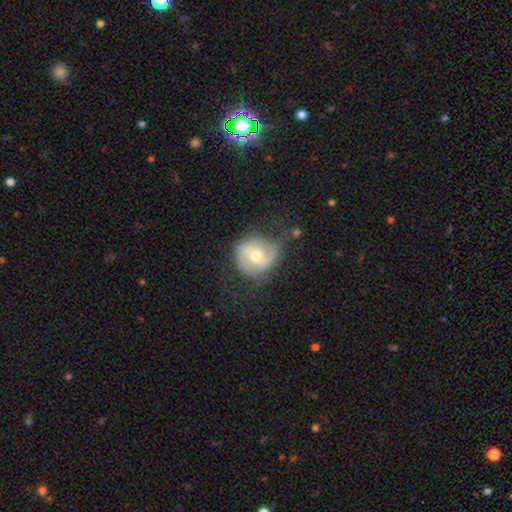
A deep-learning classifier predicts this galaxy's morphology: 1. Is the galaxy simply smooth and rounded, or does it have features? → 62% featured or disk, 31% smooth, 7% star or artifact.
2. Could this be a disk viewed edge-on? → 96% no, 4% yes.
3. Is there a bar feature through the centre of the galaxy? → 49% no, 35% weak, 15% strong.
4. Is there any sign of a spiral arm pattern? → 71% yes, 29% no.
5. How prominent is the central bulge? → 70% moderate, 24% small, 4% large, 1% none, 1% dominant.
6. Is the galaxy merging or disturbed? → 50% none, 30% minor disturbance, 18% major disturbance, 2% merger.